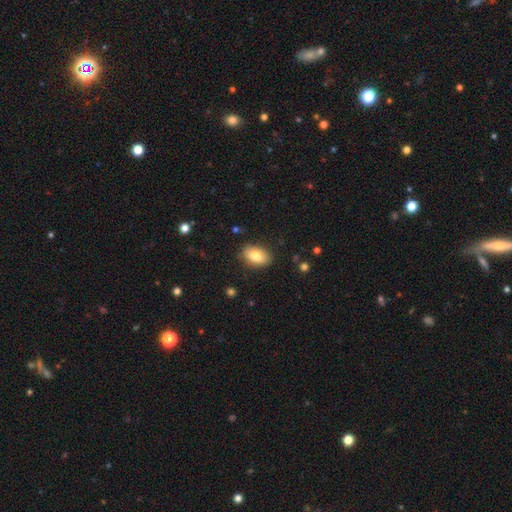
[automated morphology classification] This appears to be a smooth galaxy with no disk features (84%) that is in between round and cigar-shaped (91%). Merging: none (85%).